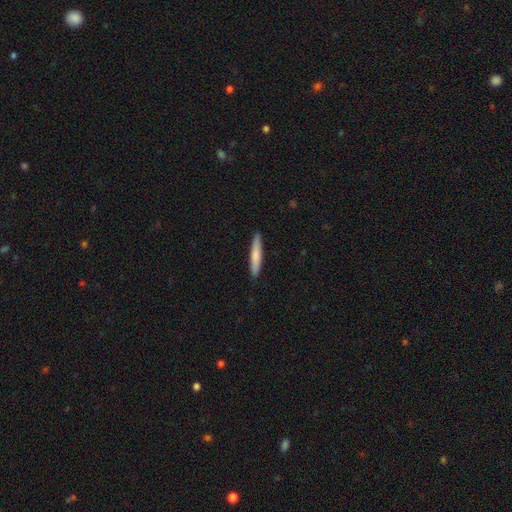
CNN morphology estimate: This is likely a smooth galaxy (74%). How rounded: clearly cigar-shaped (93%). Merging: clearly none (90%).